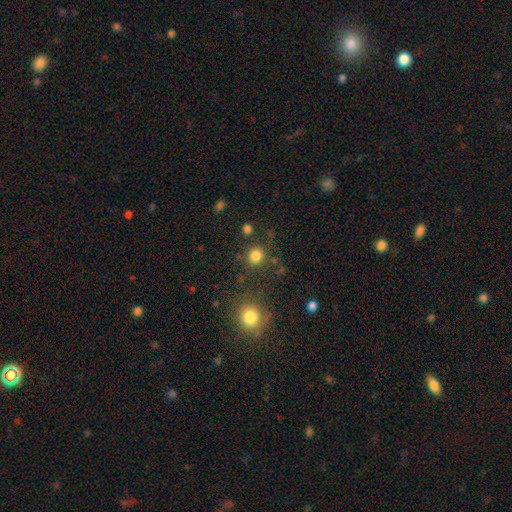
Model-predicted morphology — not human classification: smooth-or-featured: smooth: 83% | star or artifact: 13% | featured or disk: 4%
  how-rounded: round: 89% | in between: 10% | cigar-shaped: 1%
  merging: none: 83% | minor disturbance: 8% | merger: 5% | major disturbance: 4%